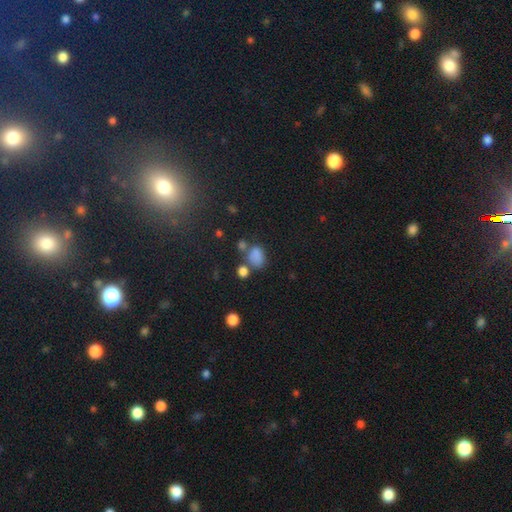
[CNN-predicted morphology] Smooth or featured? Predicted: smooth (p=0.76). How rounded? Predicted: in between (p=0.66). Merging? Predicted: none (p=0.45).